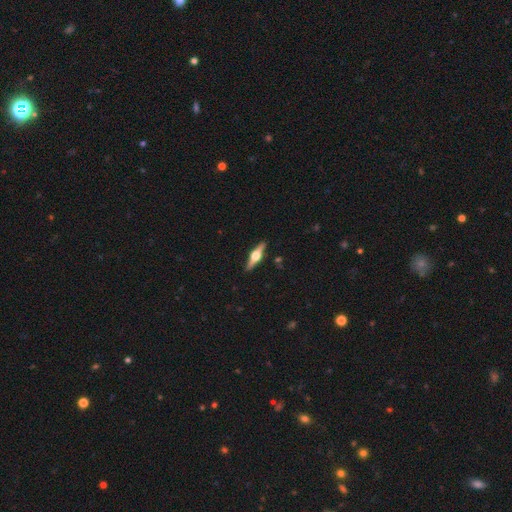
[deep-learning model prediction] Smooth or featured? Predicted: featured or disk (p=0.77). Edge-on disk? Predicted: yes (p=0.98). Edge-on bulge? Predicted: rounded (p=0.95). Merging? Predicted: none (p=0.90).